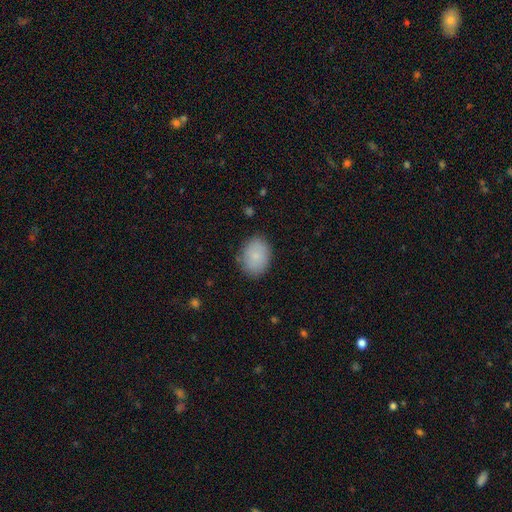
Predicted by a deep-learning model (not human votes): The model was most divided on "how rounded": in between: 70%, round: 29%, cigar-shaped: 1%. More confident: merging — none (83%); smooth or featured — smooth (83%).